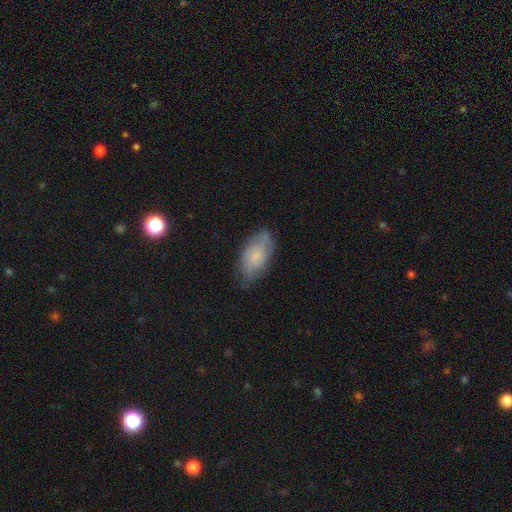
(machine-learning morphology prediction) type=smooth (48%); merging=none (69%).